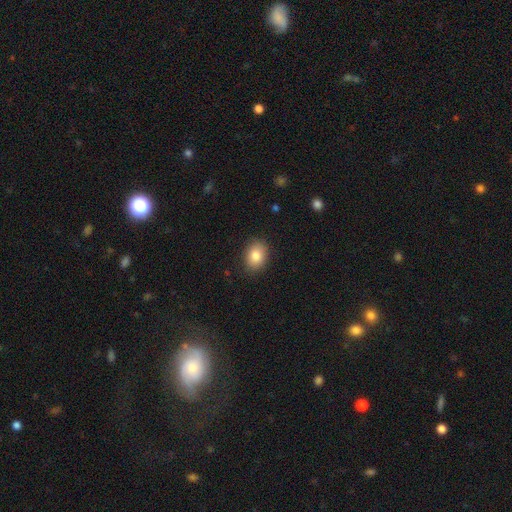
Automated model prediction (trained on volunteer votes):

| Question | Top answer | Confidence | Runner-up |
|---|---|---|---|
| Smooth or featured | smooth | 84% | star or artifact (8%) |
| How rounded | in between | 65% | round (34%) |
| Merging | none | 87% | minor disturbance (10%) |